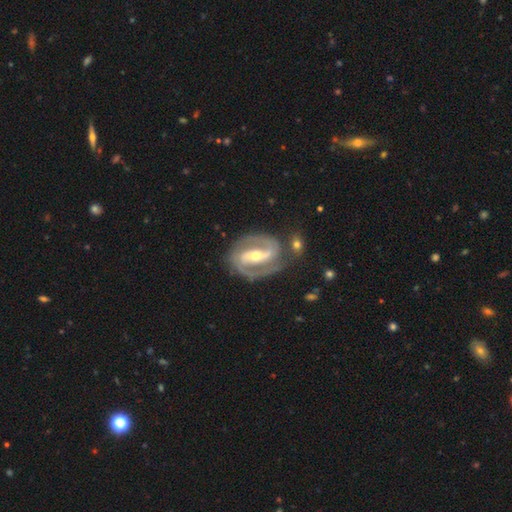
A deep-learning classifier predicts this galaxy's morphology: smooth_or_featured: featured or disk (p=0.91) [alt: smooth p=0.05]
disk_edge_on: no (p=0.97) [alt: yes p=0.03]
bar: strong (p=0.66) [alt: weak p=0.23]
has_spiral_arms: yes (p=0.96) [alt: no p=0.04]
spiral_winding: medium (p=0.46) [alt: tight p=0.44]
spiral_arm_count: 2 (p=0.92) [alt: can't tell p=0.03]
bulge_size: moderate (p=0.61) [alt: small p=0.34]
merging: none (p=0.78) [alt: minor disturbance p=0.13]